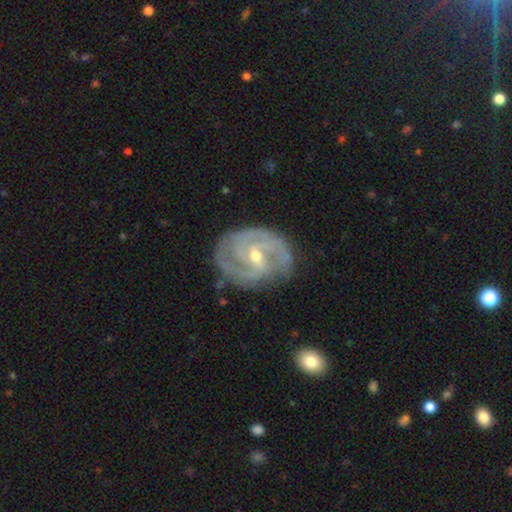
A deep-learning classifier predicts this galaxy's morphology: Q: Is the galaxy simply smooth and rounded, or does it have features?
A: featured or disk — 90%.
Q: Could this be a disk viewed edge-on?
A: no — 97%.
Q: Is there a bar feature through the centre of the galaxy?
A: weak — 48%.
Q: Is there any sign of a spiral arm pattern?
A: yes — 97%.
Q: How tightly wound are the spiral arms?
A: tight — 56%.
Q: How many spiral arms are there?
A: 2 — 47%.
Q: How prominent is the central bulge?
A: small — 51%.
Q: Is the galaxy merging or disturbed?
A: none — 75%.